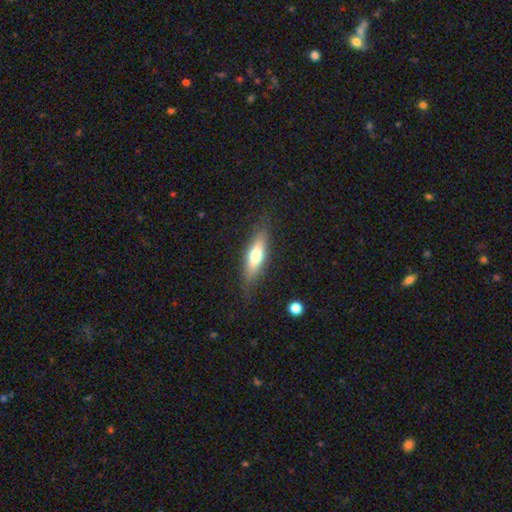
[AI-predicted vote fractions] This appears to be a smooth galaxy with no disk features (58%) that is cigar-shaped (54%). Merging: none (82%).